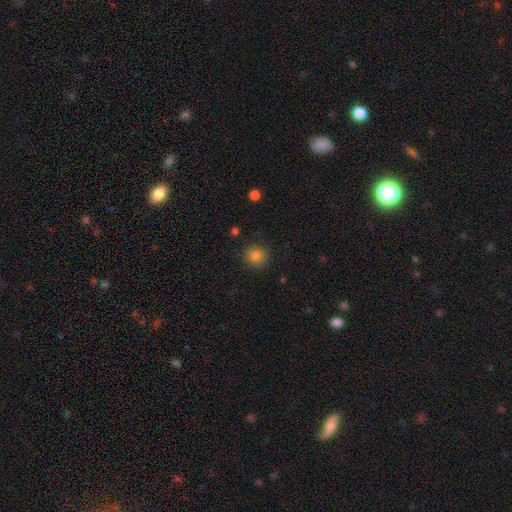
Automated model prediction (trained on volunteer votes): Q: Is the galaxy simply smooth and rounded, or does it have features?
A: smooth — 84%.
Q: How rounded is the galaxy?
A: round — 89%.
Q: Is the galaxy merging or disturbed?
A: none — 89%.